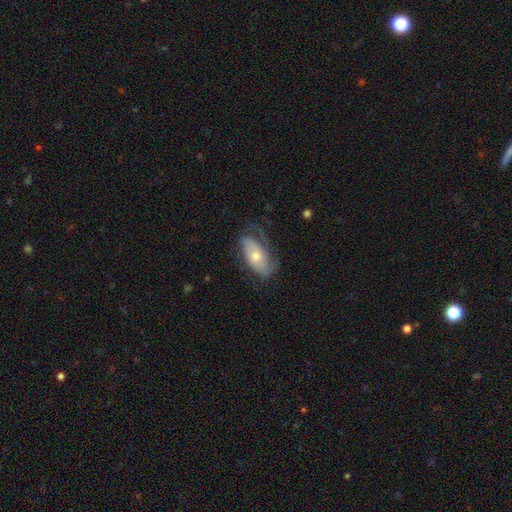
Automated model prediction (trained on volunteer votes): Smooth or featured: featured or disk — 59% (smooth — 35%)
Edge-on disk: no — 91% (yes — 9%)
Bar: no — 77% (weak — 18%)
Spiral arms: yes — 80% (no — 20%)
Bulge size: moderate — 57% (small — 36%)
Merging: none — 53% (minor disturbance — 27%)